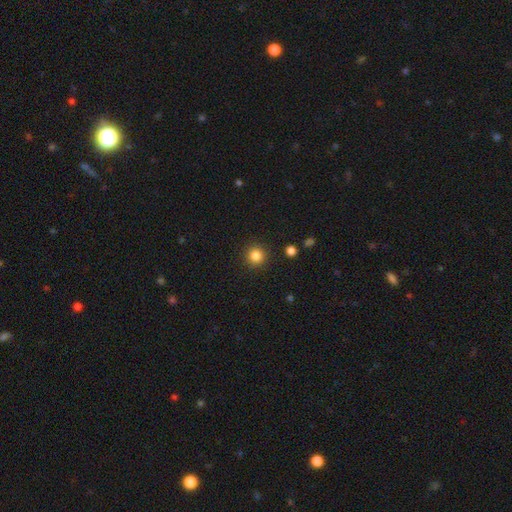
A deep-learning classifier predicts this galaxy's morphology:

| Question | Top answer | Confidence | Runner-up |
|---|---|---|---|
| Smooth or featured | smooth | 84% | star or artifact (11%) |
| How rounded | round | 95% | in between (4%) |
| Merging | none | 91% | minor disturbance (5%) |